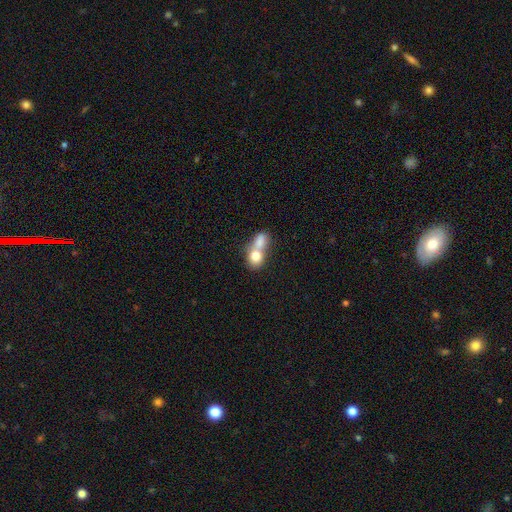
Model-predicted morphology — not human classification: The model was most divided on "how rounded": round: 49%, in between: 48%, cigar-shaped: 3%. More confident: merging — merger (75%); smooth or featured — smooth (74%).